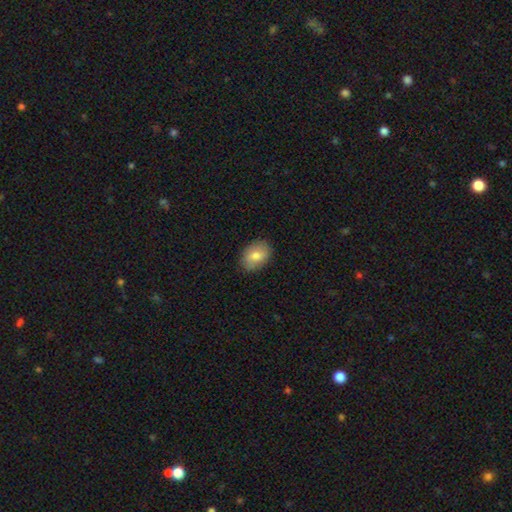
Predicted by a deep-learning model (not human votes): Smooth or featured? Predicted: smooth (p=0.76). How rounded? Predicted: in between (p=0.78). Merging? Predicted: none (p=0.86).